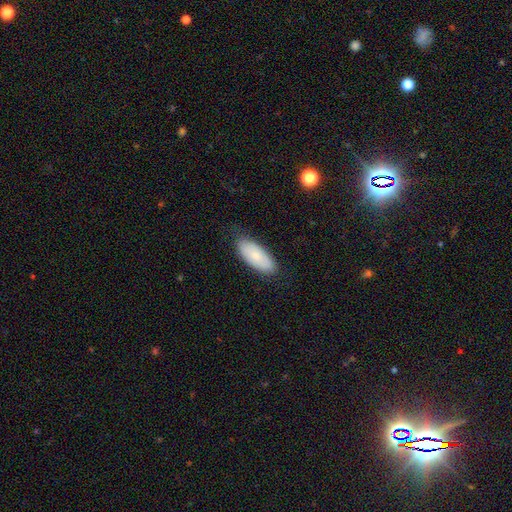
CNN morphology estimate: Smooth or featured? smooth (76%)
How rounded? in between (86%)
Merging? none (81%)